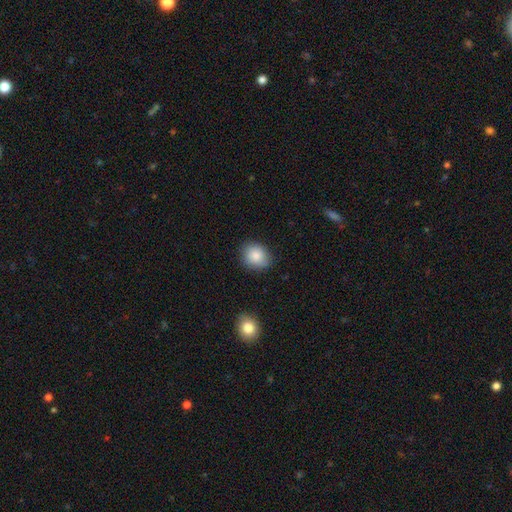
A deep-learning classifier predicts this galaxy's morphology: A smooth galaxy with no disk features (86%) that is round (65%). Merging: none (83%).